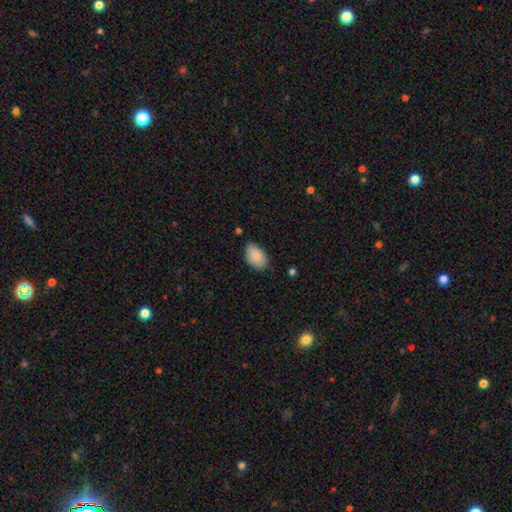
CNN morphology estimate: The model was most divided on "merging": none: 73%, minor disturbance: 22%, major disturbance: 3%, merger: 2%. More confident: how rounded — in between (92%); smooth or featured — smooth (87%).